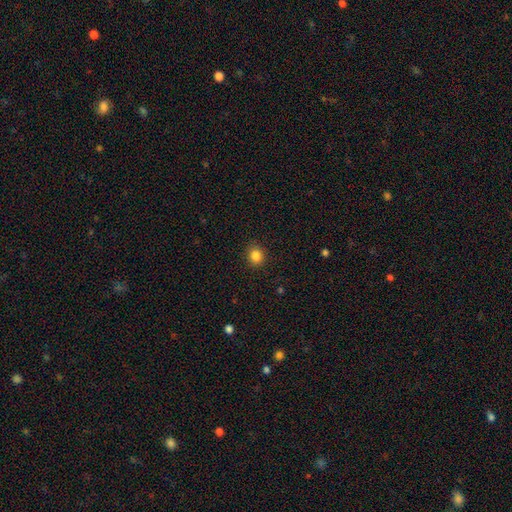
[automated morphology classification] This appears to be a smooth galaxy with no disk features (85%) that is round (71%). Merging: none (89%).